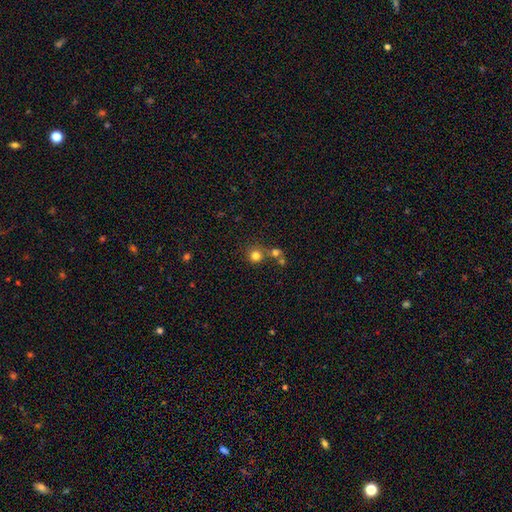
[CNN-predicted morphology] Overall: smooth (79%). How rounded: round (92%). Merging: none (66%).